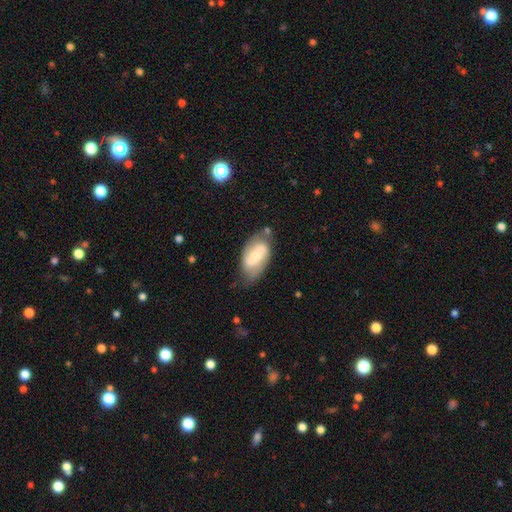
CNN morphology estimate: This is likely a featured or disk galaxy (62%). It is clearly not viewed edge-on (94%). Bar: marginally weak (44%). Spiral arm pattern: clearly yes (83%). Central bulge: marginally moderate (44%). Merging: likely none (63%).